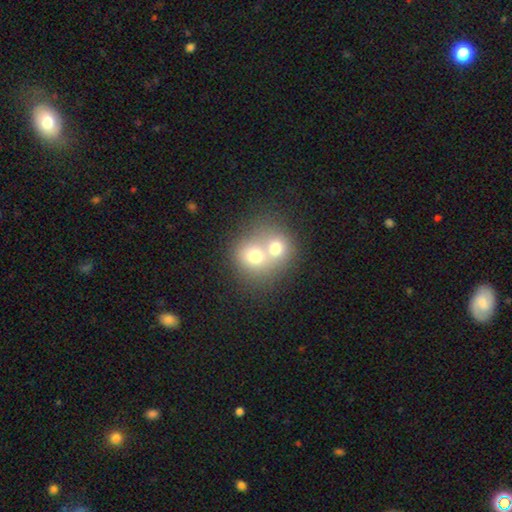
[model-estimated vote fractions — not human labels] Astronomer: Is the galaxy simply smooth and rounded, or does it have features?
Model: smooth — 65%.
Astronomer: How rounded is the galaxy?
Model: round — 73%.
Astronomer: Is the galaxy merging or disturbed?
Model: merger — 70%.